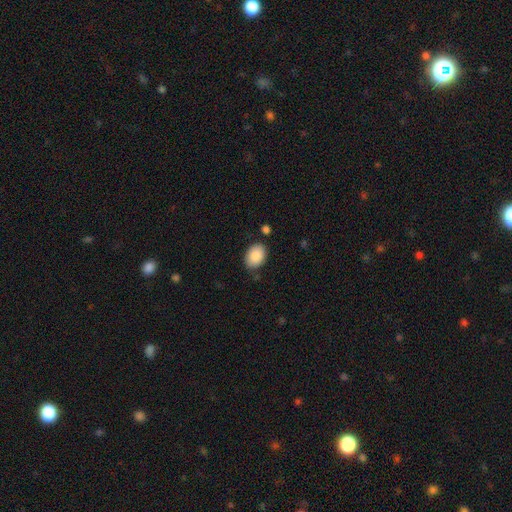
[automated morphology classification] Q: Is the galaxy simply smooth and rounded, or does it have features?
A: smooth — 89%.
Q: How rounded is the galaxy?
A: in between — 82%.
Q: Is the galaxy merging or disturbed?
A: none — 81%.